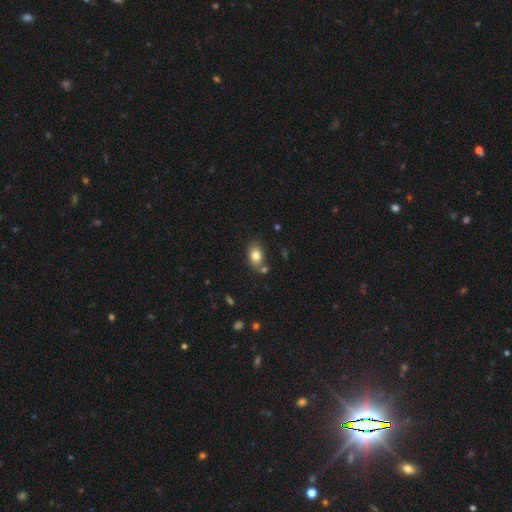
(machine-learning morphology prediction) Q: Smooth or featured?
A: smooth (81%); runner-up: featured or disk (10%)
Q: How rounded?
A: in between (80%); runner-up: round (18%)
Q: Merging?
A: none (70%); runner-up: minor disturbance (14%)